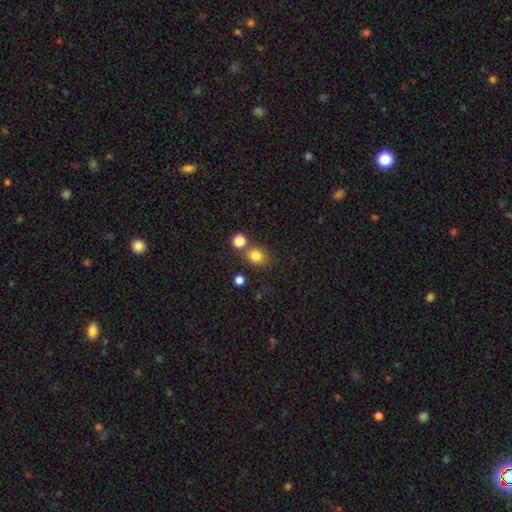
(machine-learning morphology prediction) The model was most divided on "how rounded": round: 65%, in between: 34%, cigar-shaped: 1%. More confident: smooth or featured — smooth (81%); merging — none (70%).